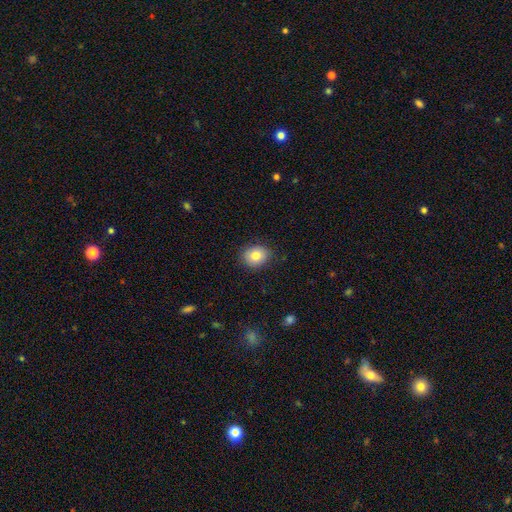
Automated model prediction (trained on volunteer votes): smooth-or-featured: smooth: 82% | featured or disk: 9% | star or artifact: 9%
  how-rounded: round: 59% | in between: 41% | cigar-shaped: 1%
  merging: none: 87% | minor disturbance: 10% | major disturbance: 2% | merger: 1%